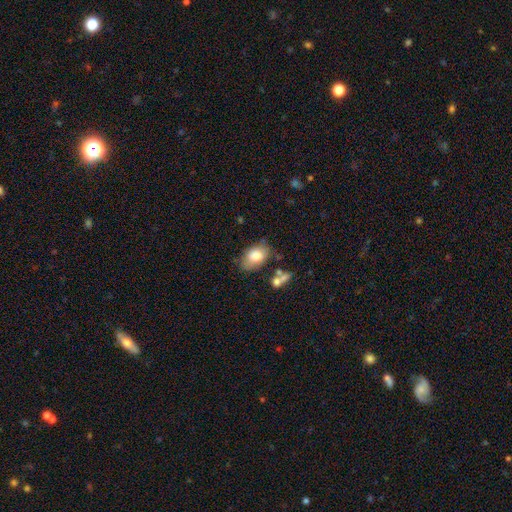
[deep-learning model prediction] Morphology: type=smooth (80%); roundness=in between (87%); merging=none (57%).